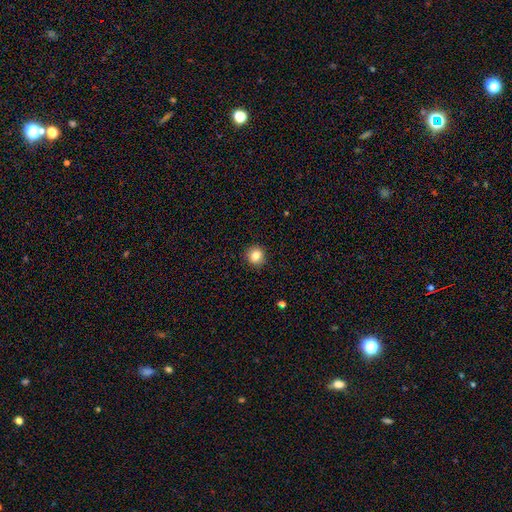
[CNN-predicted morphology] Smooth or featured: smooth — 83% (star or artifact — 10%)
How rounded: round — 92% (in between — 7%)
Merging: none — 91% (minor disturbance — 6%)